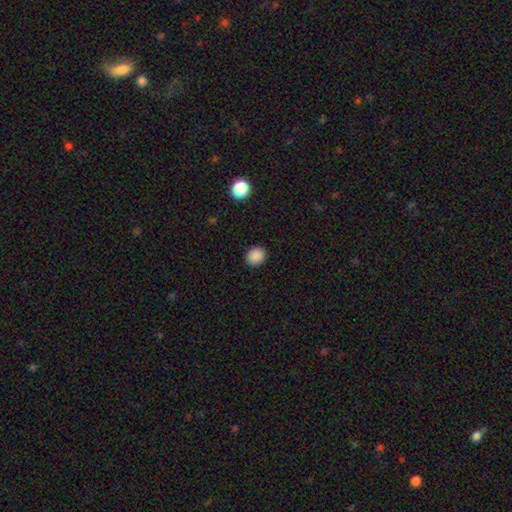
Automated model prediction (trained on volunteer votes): Smooth or featured?
  - smooth: 88% *
  - star or artifact: 10%
  - featured or disk: 2%
How rounded?
  - round: 75% *
  - in between: 24%
  - cigar-shaped: 1%
Merging?
  - none: 91% *
  - minor disturbance: 6%
  - major disturbance: 2%
  - merger: 1%